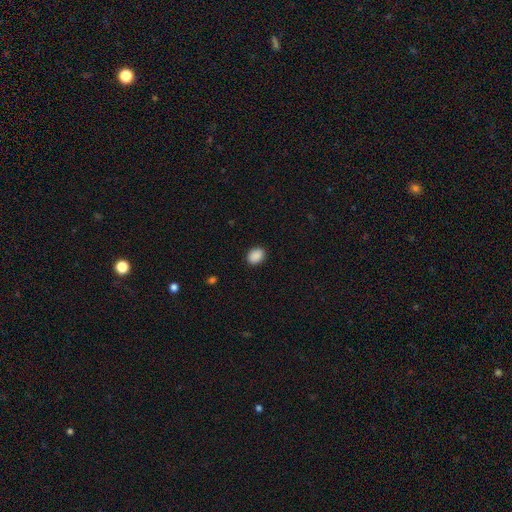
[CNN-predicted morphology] Smooth or featured: smooth — 90% (star or artifact — 8%)
How rounded: in between — 64% (round — 36%)
Merging: none — 89% (minor disturbance — 8%)